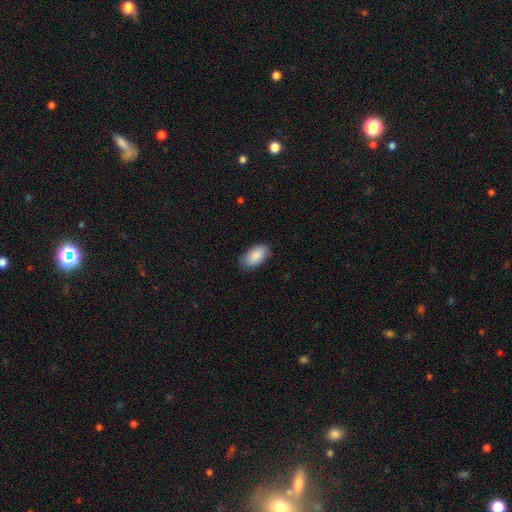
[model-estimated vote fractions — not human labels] This appears to be a smooth galaxy with no disk features (88%) that is in between round and cigar-shaped (95%). Merging: none (79%).